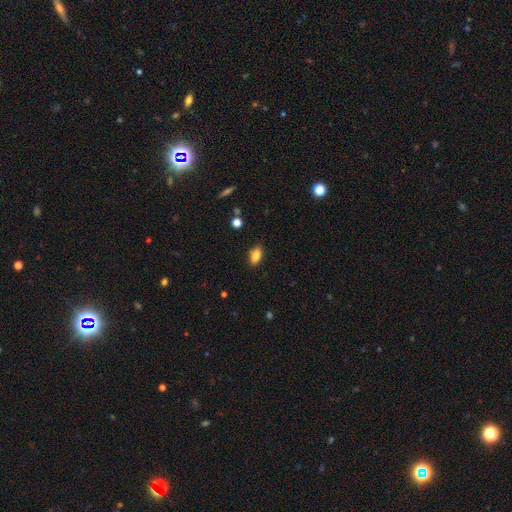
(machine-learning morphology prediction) smooth_or_featured: smooth (p=0.82) [alt: featured or disk p=0.09]
how_rounded: in between (p=0.87) [alt: cigar-shaped p=0.08]
merging: none (p=0.84) [alt: minor disturbance p=0.12]